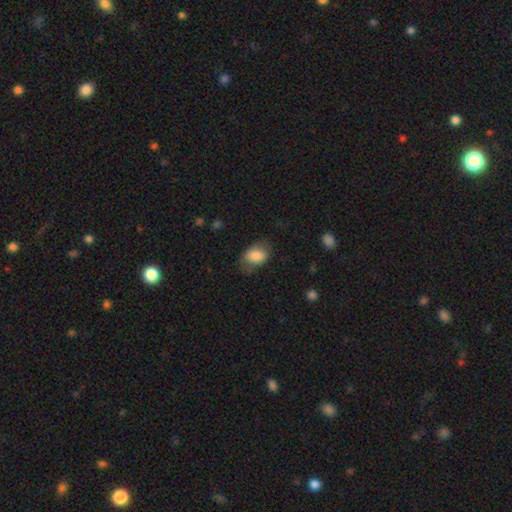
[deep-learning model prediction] Overall: smooth (82%). How rounded: in between (83%). Merging: none (64%; minor disturbance 25%).